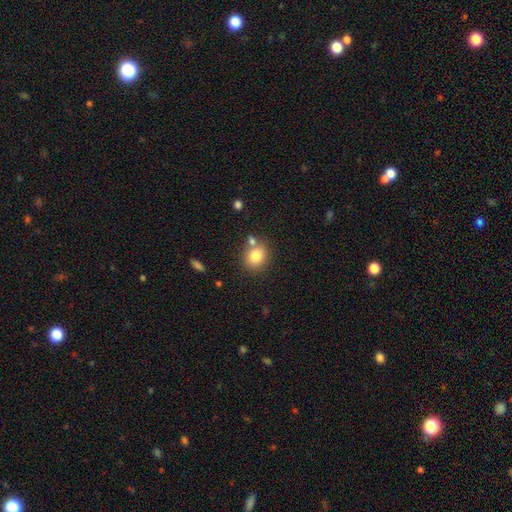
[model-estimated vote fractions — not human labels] Smooth or featured?
  - smooth: 81% *
  - star or artifact: 10%
  - featured or disk: 9%
How rounded?
  - round: 65% *
  - in between: 34%
  - cigar-shaped: 1%
Merging?
  - none: 66% *
  - merger: 19%
  - minor disturbance: 11%
  - major disturbance: 4%